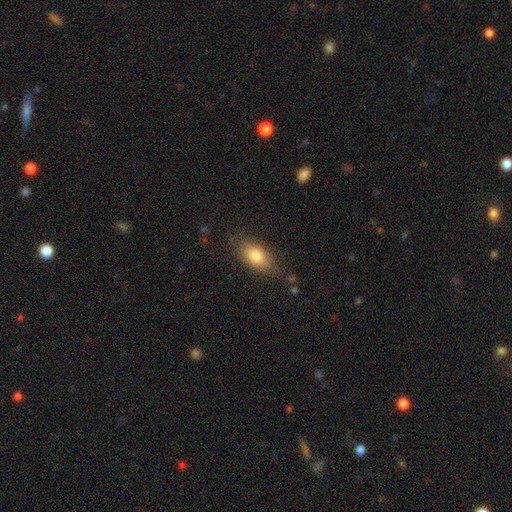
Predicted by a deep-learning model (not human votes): Smooth or featured? smooth (80%)
How rounded? in between (88%)
Merging? none (77%)